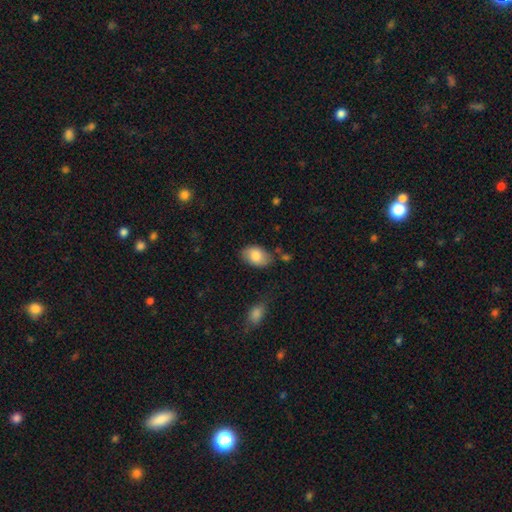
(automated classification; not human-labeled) Q: Smooth or featured?
A: smooth (83%); runner-up: featured or disk (11%)
Q: How rounded?
A: in between (87%); runner-up: round (12%)
Q: Merging?
A: none (77%); runner-up: minor disturbance (16%)